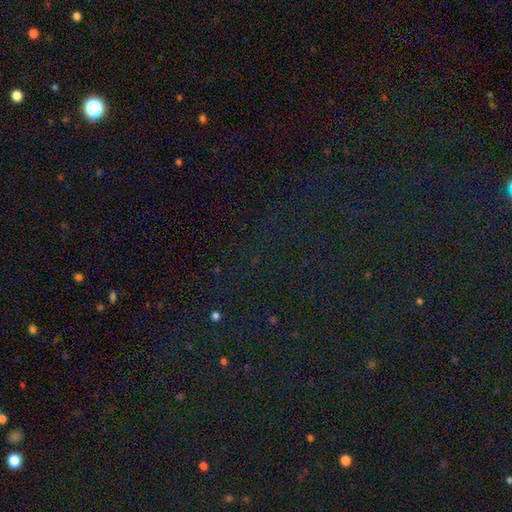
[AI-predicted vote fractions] A star or artifact, not a galaxy (82%).

Vote fractions:
- Smooth or featured? star or artifact: 82% / smooth: 11% / featured or disk: 7%